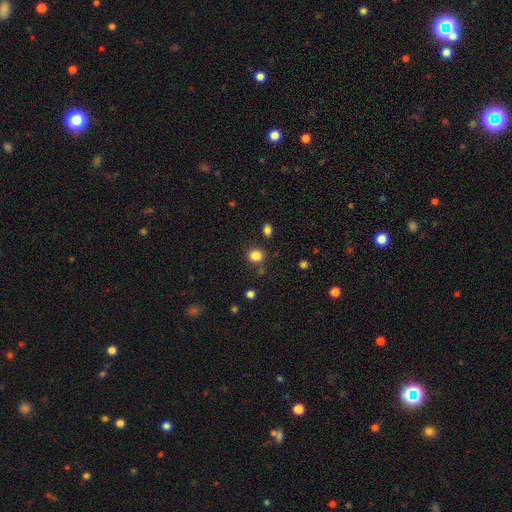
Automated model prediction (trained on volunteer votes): Q: Smooth or featured?
A: smooth (84%); runner-up: star or artifact (12%)
Q: How rounded?
A: round (76%); runner-up: in between (23%)
Q: Merging?
A: none (82%); runner-up: minor disturbance (10%)